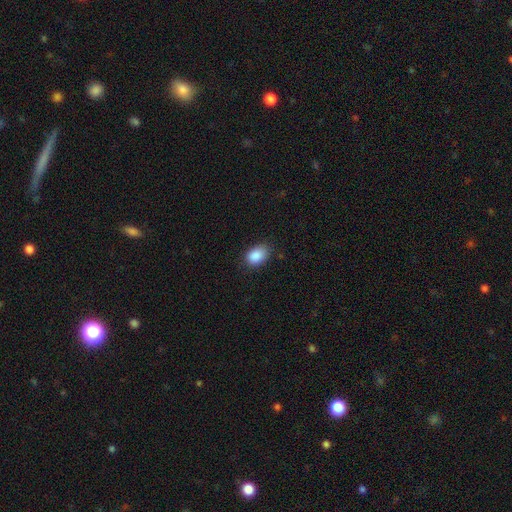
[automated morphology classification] Smooth or featured: smooth — 88% (star or artifact — 8%)
How rounded: in between — 81% (round — 18%)
Merging: none — 77% (minor disturbance — 18%)